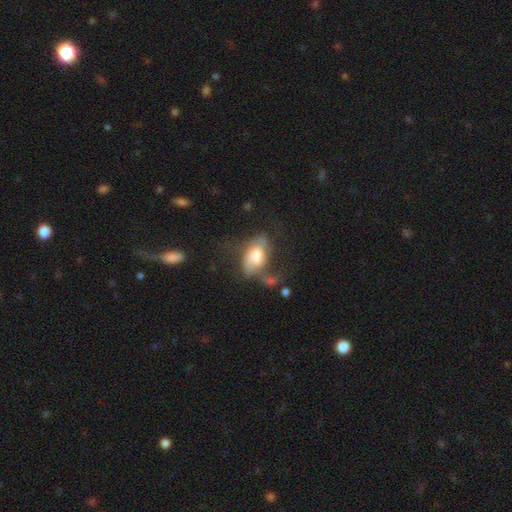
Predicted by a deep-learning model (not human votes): Smooth or featured?
  - smooth: 48% *
  - featured or disk: 43%
  - star or artifact: 9%
Merging?
  - none: 33% *
  - major disturbance: 32%
  - minor disturbance: 25%
  - merger: 10%